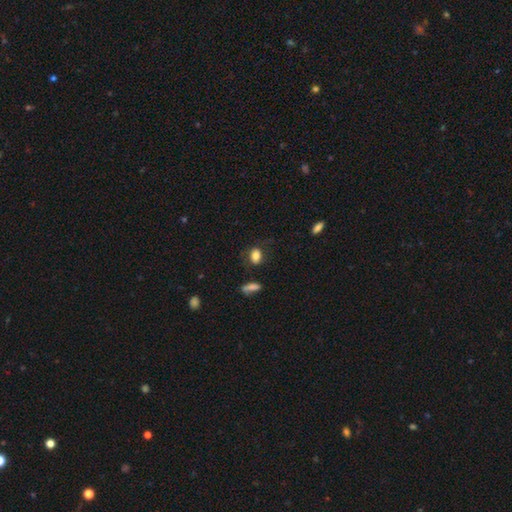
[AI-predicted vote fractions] Q: Smooth or featured?
A: smooth (82%); runner-up: star or artifact (9%)
Q: How rounded?
A: in between (73%); runner-up: round (25%)
Q: Merging?
A: none (70%); runner-up: minor disturbance (19%)